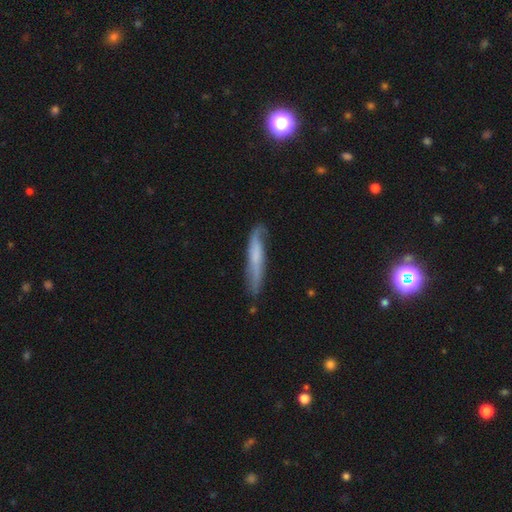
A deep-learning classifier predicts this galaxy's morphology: Smooth or featured?
  - smooth: 47% * (tied)
  - featured or disk: 47% * (tied)
  - star or artifact: 7%
Merging?
  - none: 66% *
  - minor disturbance: 25%
  - major disturbance: 7%
  - merger: 3%